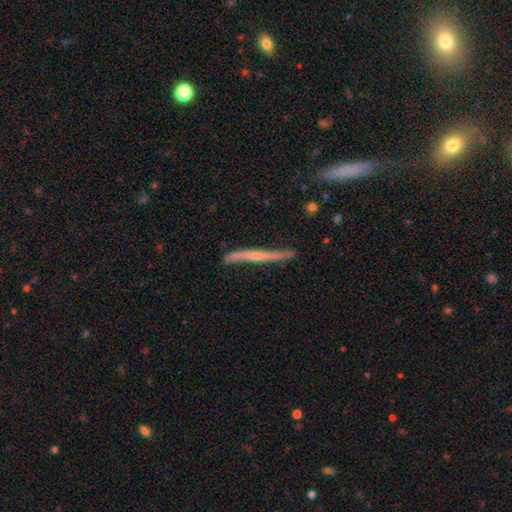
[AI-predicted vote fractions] featured or disk 70%, smooth 24%, star or artifact 6%. Down the decision tree: edge-on disk — yes (88%); edge-on bulge — none (46%); merging — none (71%).